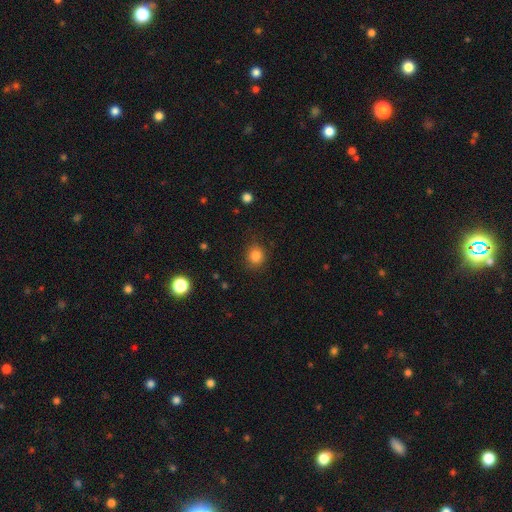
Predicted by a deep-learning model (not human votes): Smooth or featured: smooth — 84% (star or artifact — 12%)
How rounded: round — 82% (in between — 17%)
Merging: none — 83% (minor disturbance — 12%)